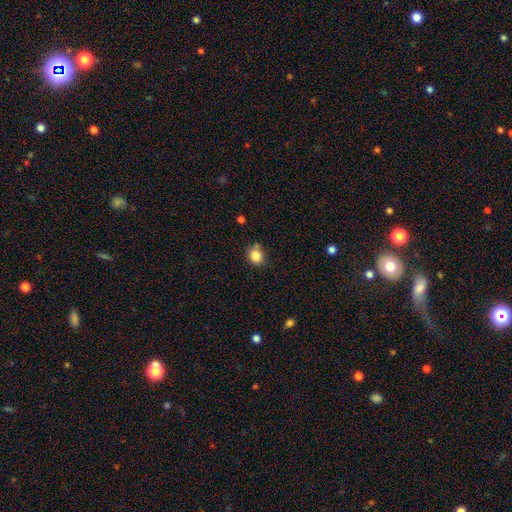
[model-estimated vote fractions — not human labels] smooth_or_featured: smooth (p=0.85) [alt: star or artifact p=0.10]
how_rounded: round (p=0.73) [alt: in between p=0.26]
merging: none (p=0.71) [alt: minor disturbance p=0.18]